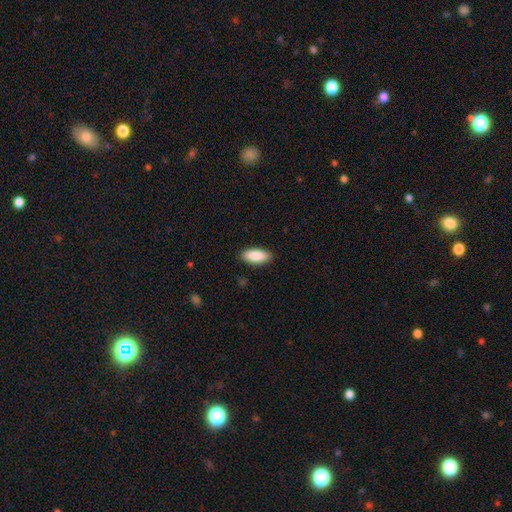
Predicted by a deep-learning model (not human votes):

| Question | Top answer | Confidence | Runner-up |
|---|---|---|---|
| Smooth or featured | smooth | 90% | star or artifact (6%) |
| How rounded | in between | 88% | cigar-shaped (10%) |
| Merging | none | 88% | minor disturbance (9%) |